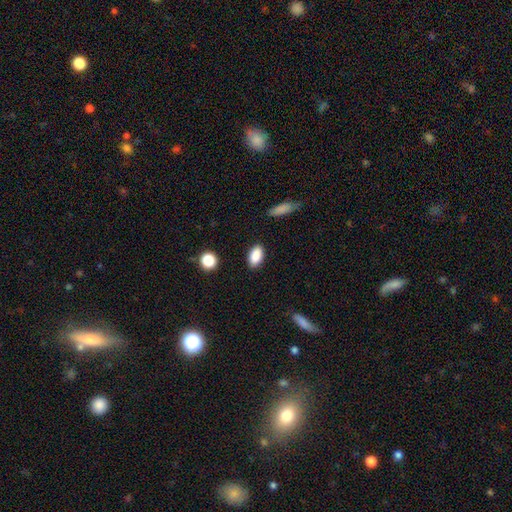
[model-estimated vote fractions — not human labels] Overall: smooth (88%). How rounded: in between (91%). Merging: none (88%).